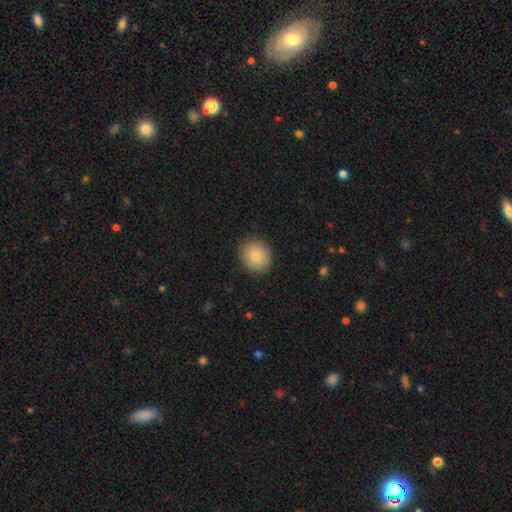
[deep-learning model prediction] Overall: smooth (83%). How rounded: round (78%). Merging: none (88%).